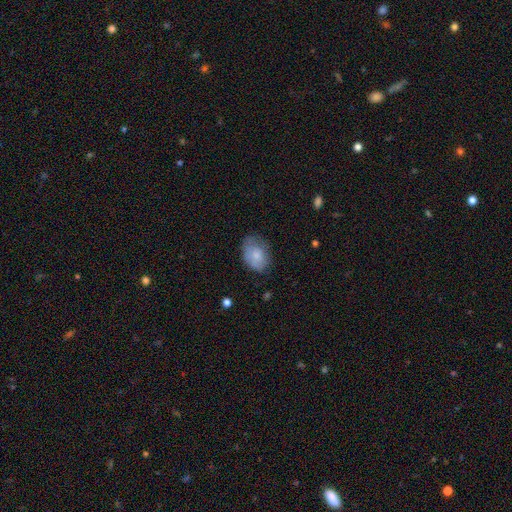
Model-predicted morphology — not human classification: Smooth or featured?
  - smooth: 75% *
  - featured or disk: 18%
  - star or artifact: 7%
How rounded?
  - in between: 78% *
  - round: 21%
  - cigar-shaped: 1%
Merging?
  - none: 60% *
  - minor disturbance: 29%
  - major disturbance: 10%
  - merger: 1%